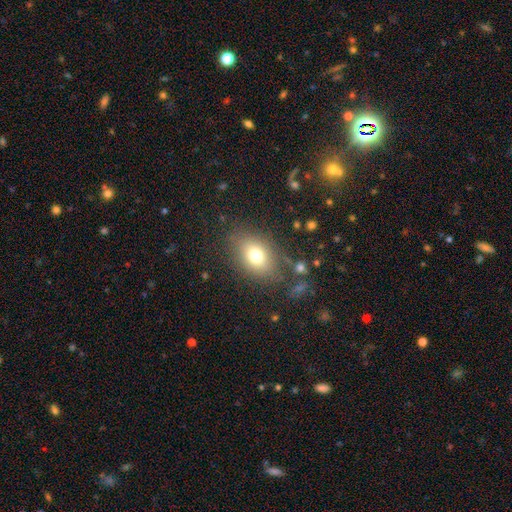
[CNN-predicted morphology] This appears to be a smooth galaxy with no disk features (74%) that is in between round and cigar-shaped (73%). Merging: none (79%).